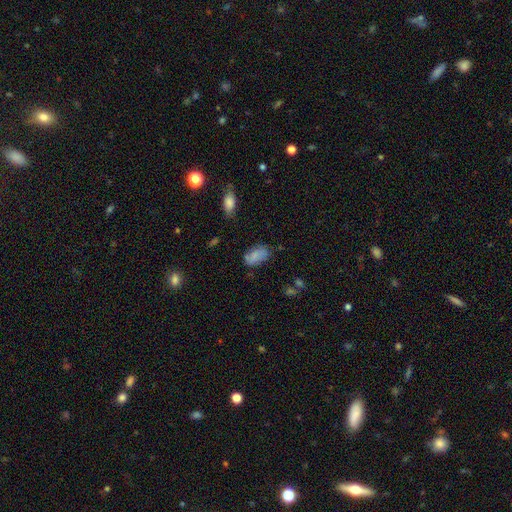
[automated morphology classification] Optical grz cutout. It shows a smooth galaxy with no disk features (77%) that is in between round and cigar-shaped (93%). Merging: none (66%).